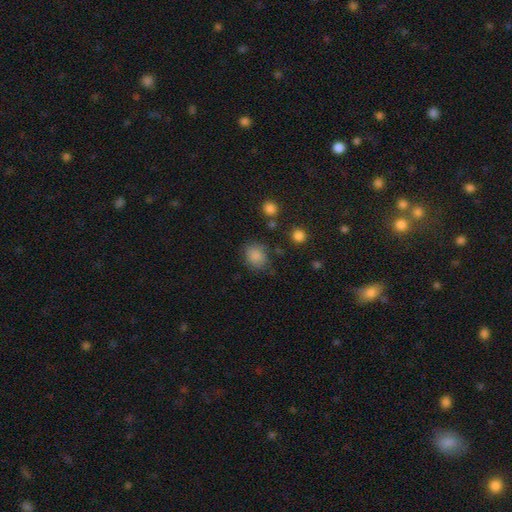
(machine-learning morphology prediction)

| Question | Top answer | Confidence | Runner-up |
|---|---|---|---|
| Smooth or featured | smooth | 83% | star or artifact (11%) |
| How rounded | round | 63% | in between (36%) |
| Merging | none | 71% | minor disturbance (19%) |